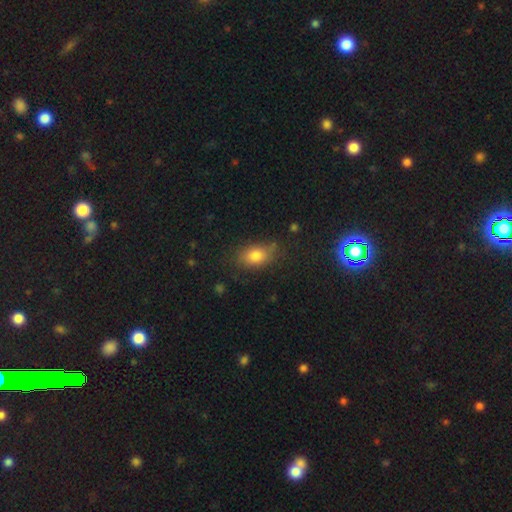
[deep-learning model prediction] Morphology: type=smooth (79%); roundness=in between (81%); merging=none (69%).